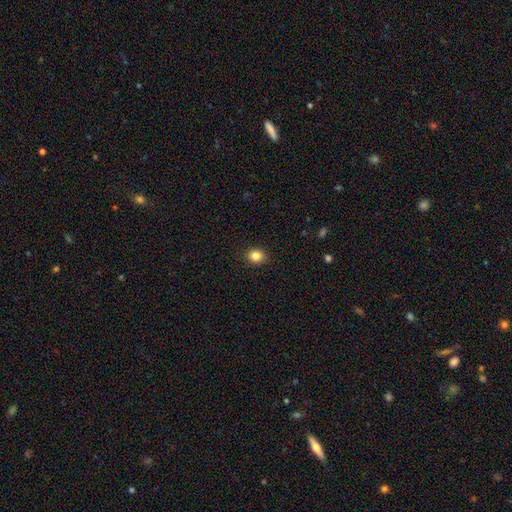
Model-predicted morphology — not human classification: type=smooth (84%); roundness=round (72%); merging=none (91%).